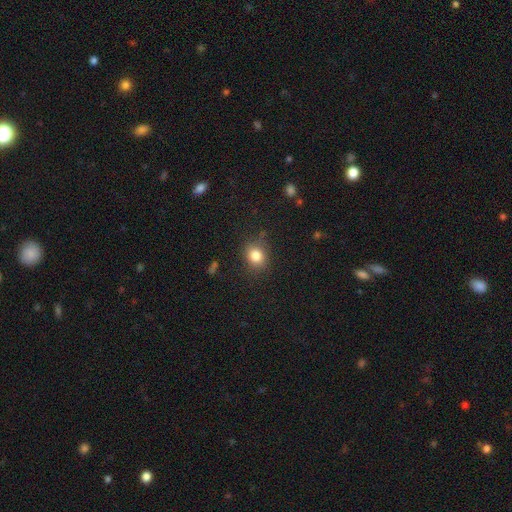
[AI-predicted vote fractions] Smooth or featured: smooth — 83% (star or artifact — 11%)
How rounded: round — 68% (in between — 31%)
Merging: none — 80% (minor disturbance — 14%)